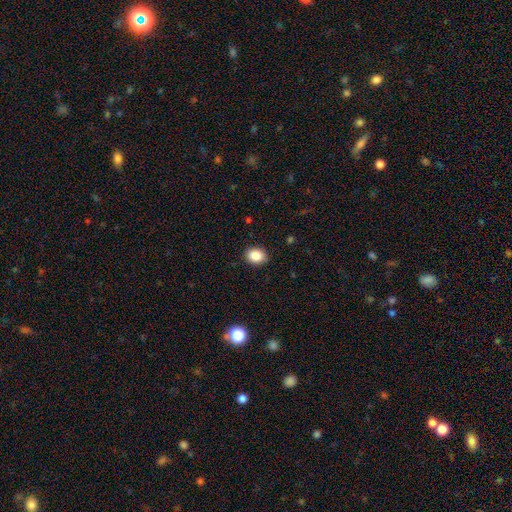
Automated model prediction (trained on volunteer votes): smooth-or-featured: smooth: 86% | star or artifact: 9% | featured or disk: 5%
  how-rounded: in between: 54% | round: 45% | cigar-shaped: 1%
  merging: none: 87% | minor disturbance: 10% | major disturbance: 2% | merger: 1%